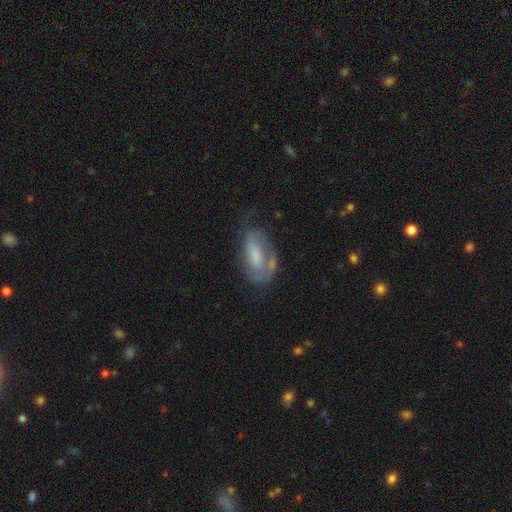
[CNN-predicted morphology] Smooth or featured: featured or disk — 54% (smooth — 38%)
Edge-on disk: no — 93% (yes — 7%)
Merging: none — 49% (minor disturbance — 27%)